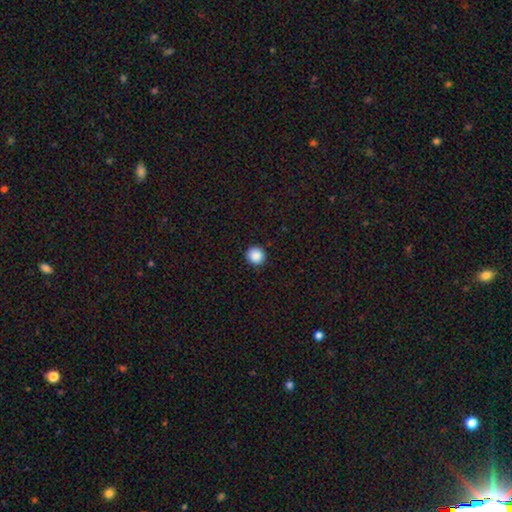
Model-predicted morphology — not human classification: This is clearly a smooth galaxy (88%). How rounded: clearly round (95%). Merging: clearly none (92%).